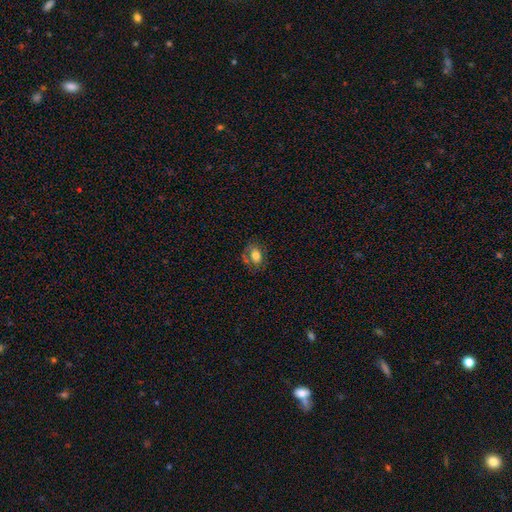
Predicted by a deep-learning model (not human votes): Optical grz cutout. It shows a smooth galaxy with no disk features (69%) that is in between round and cigar-shaped (71%). Merging: none (62%).